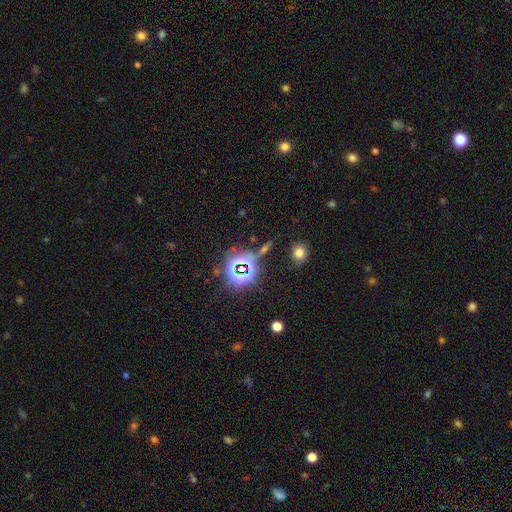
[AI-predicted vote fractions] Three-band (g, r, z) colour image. It shows a star or artifact, not a galaxy (76%).